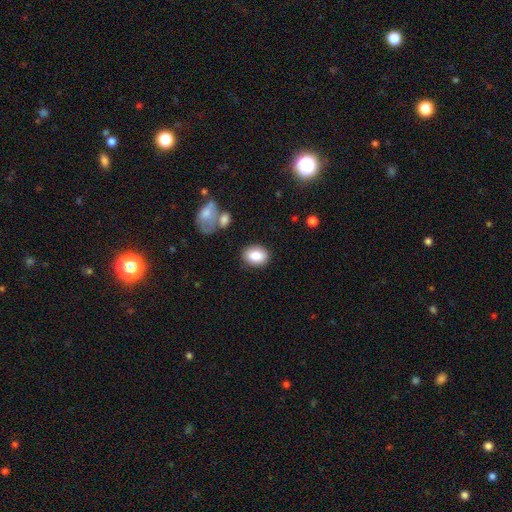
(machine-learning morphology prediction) Smooth or featured?
  - smooth: 85% *
  - featured or disk: 8%
  - star or artifact: 7%
How rounded?
  - in between: 71% *
  - round: 28%
  - cigar-shaped: 1%
Merging?
  - none: 83% *
  - minor disturbance: 11%
  - merger: 3%
  - major disturbance: 3%